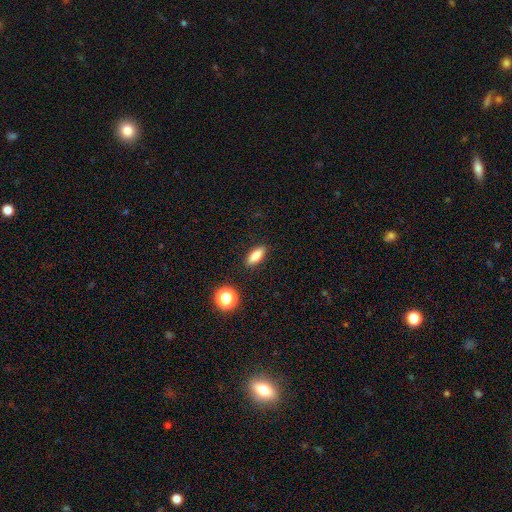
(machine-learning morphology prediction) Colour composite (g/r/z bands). It shows a smooth galaxy with no disk features (79%) that is in between round and cigar-shaped (65%). Merging: none (89%).